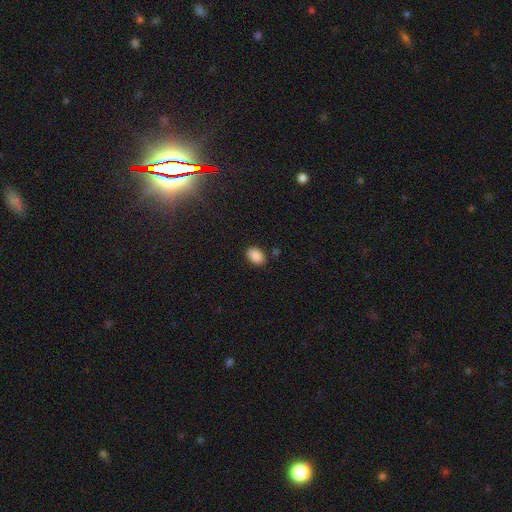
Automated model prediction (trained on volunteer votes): Smooth or featured?
  - smooth: 89% *
  - star or artifact: 8%
  - featured or disk: 3%
How rounded?
  - in between: 85% *
  - round: 14%
  - cigar-shaped: 1%
Merging?
  - none: 85% *
  - minor disturbance: 11%
  - major disturbance: 3%
  - merger: 2%